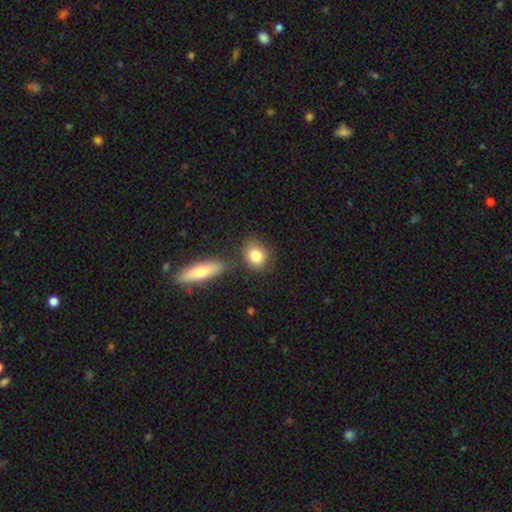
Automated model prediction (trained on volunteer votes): Smooth or featured? smooth (84%)
How rounded? round (53%)
Merging? none (72%)